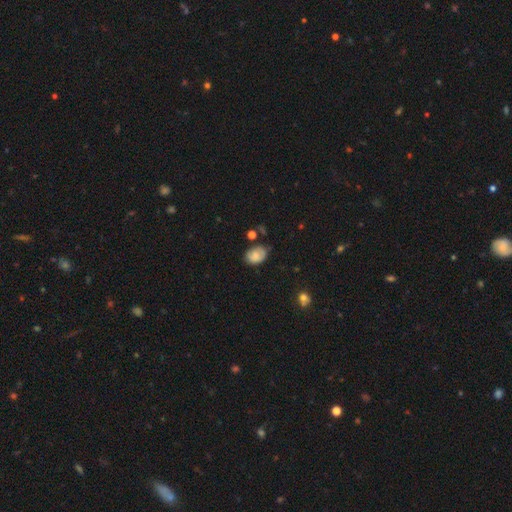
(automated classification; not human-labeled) Q: Smooth or featured?
A: smooth (75%); runner-up: featured or disk (16%)
Q: How rounded?
A: in between (80%); runner-up: round (19%)
Q: Merging?
A: none (61%); runner-up: minor disturbance (28%)